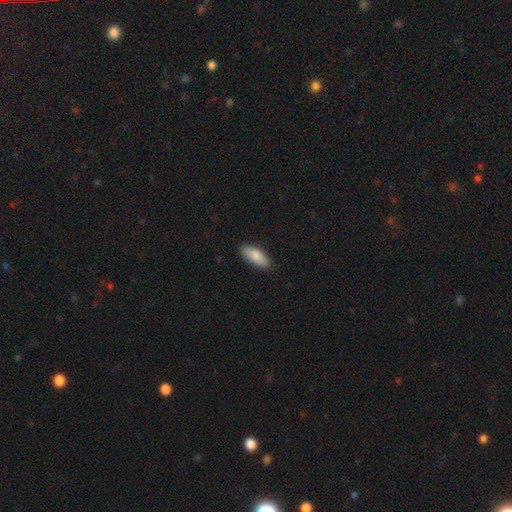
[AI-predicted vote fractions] A smooth galaxy with no disk features (86%) that is in between round and cigar-shaped (80%). Merging: none (87%).